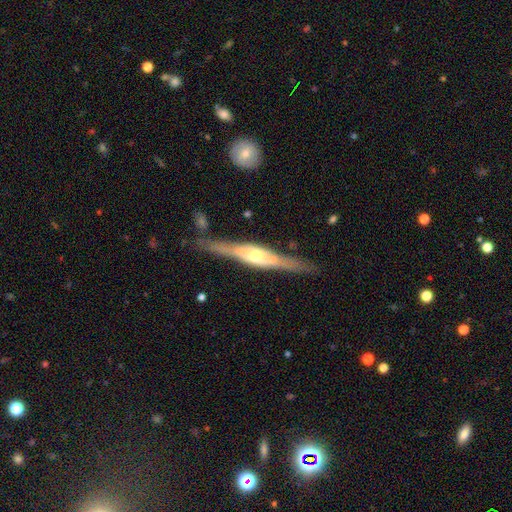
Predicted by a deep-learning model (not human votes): featured or disk 76%, smooth 19%, star or artifact 5%. Down the decision tree: edge-on disk — yes (94%); edge-on bulge — rounded (83%); merging — none (79%).